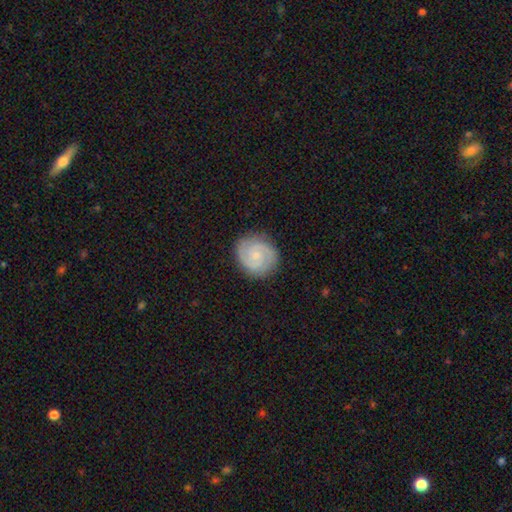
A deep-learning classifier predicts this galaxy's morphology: A featured or disk galaxy (84%) with no bar (64%), 2 (86%) tight (61%) spiral arms (98%) and a small central bulge (71%).

Vote fractions:
- Smooth or featured? featured or disk: 84% / smooth: 10% / star or artifact: 5%
- Edge-on disk? no: 98% / yes: 2%
- Bar? no: 64% / weak: 31% / strong: 5%
- Spiral arms? yes: 98% / no: 2%
- Spiral winding? tight: 61% / medium: 35% / loose: 5%
- Spiral arm count? 2: 86% / 3: 6% / can't tell: 4% / 1: 2% / 4: 1% / more than 4: 1%
- Bulge size? small: 71% / moderate: 20% / none: 7% / large: 1% / dominant: 1%
- Merging? none: 87% / minor disturbance: 10% / major disturbance: 3% / merger: 1%